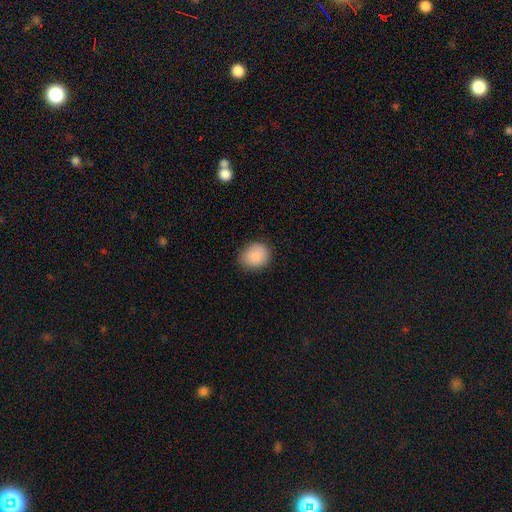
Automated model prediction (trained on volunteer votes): Morphology: type=smooth (87%); roundness=round (59%); merging=none (86%).